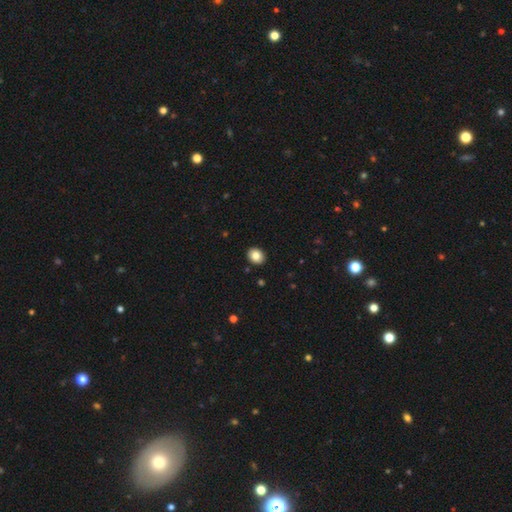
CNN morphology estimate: Q: Smooth or featured?
A: smooth (83%); runner-up: star or artifact (9%)
Q: How rounded?
A: round (54%); runner-up: in between (45%)
Q: Merging?
A: none (91%); runner-up: minor disturbance (6%)